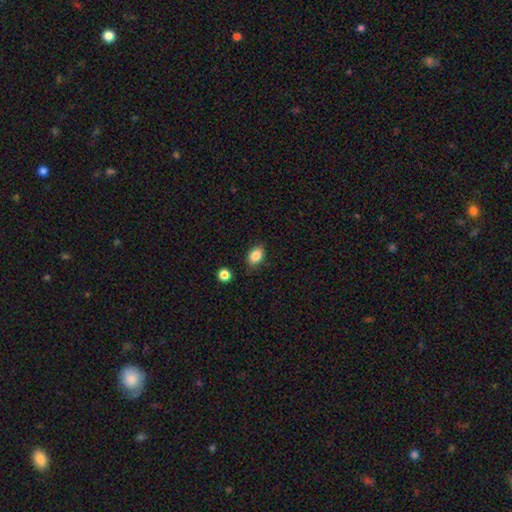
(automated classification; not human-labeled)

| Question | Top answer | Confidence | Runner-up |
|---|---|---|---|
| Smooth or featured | smooth | 85% | star or artifact (9%) |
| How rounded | in between | 80% | round (19%) |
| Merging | none | 81% | minor disturbance (14%) |